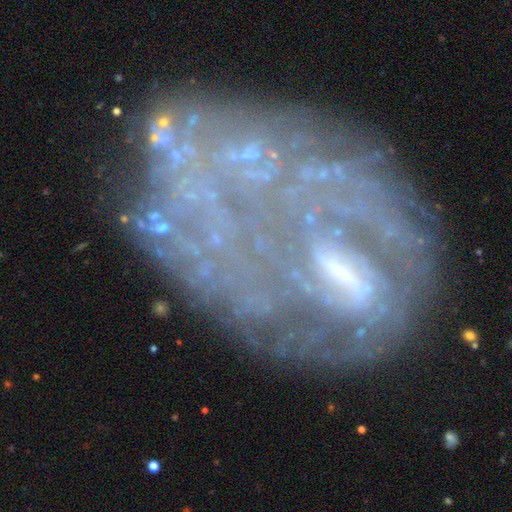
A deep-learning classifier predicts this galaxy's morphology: This is likely a featured or disk galaxy (74%). It is clearly not viewed edge-on (95%). Bar: marginally weak (37%). Spiral arm pattern: possibly yes (52%). Central bulge: marginally none (39%). Merging: marginally none (44%).